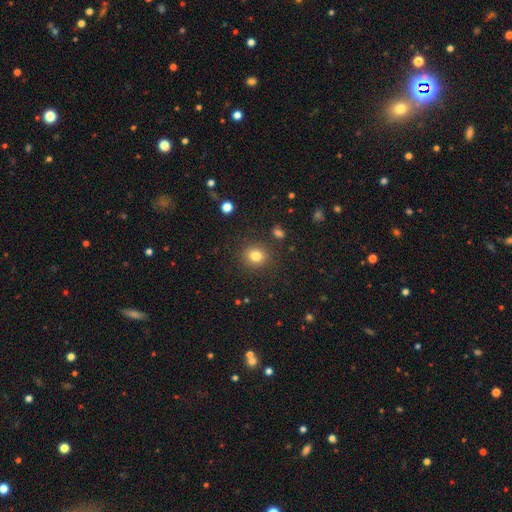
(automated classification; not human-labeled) This is clearly a smooth galaxy (82%). How rounded: clearly round (82%). Merging: clearly none (88%).